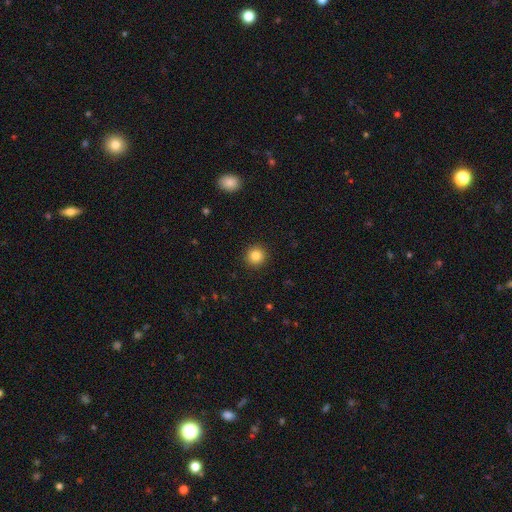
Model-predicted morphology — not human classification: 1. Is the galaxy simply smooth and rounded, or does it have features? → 84% smooth, 11% star or artifact, 5% featured or disk.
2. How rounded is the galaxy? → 94% round, 5% in between, 1% cigar-shaped.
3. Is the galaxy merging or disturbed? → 93% none, 5% minor disturbance, 2% major disturbance, 1% merger.